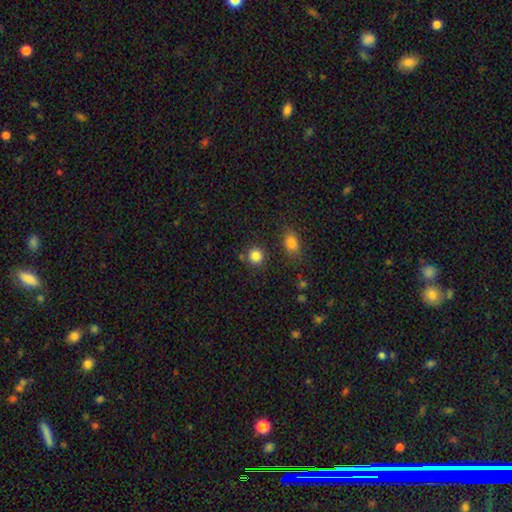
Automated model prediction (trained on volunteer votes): smooth 85%, star or artifact 11%, featured or disk 4%. Down the decision tree: how rounded — round (89%); merging — none (81%).